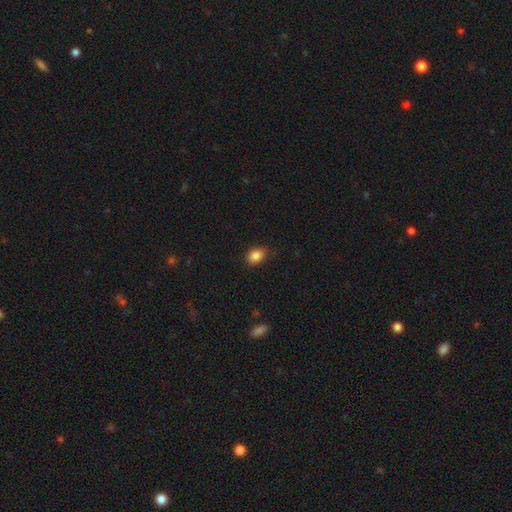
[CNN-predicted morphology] Smooth or featured: smooth — 85% (star or artifact — 10%)
How rounded: in between — 66% (round — 33%)
Merging: none — 79% (minor disturbance — 17%)